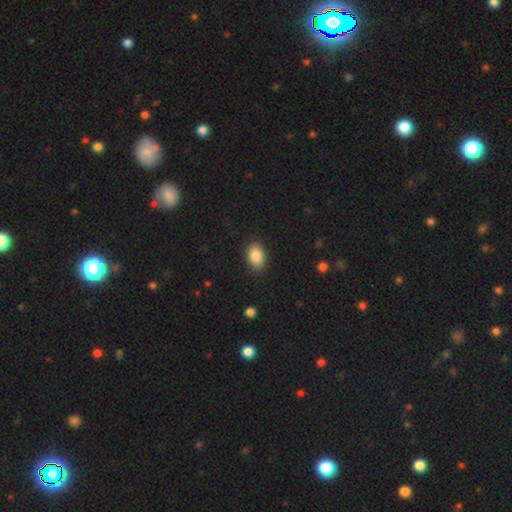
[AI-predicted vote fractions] Smooth or featured? Predicted: smooth (p=0.87). How rounded? Predicted: in between (p=0.82). Merging? Predicted: none (p=0.87).